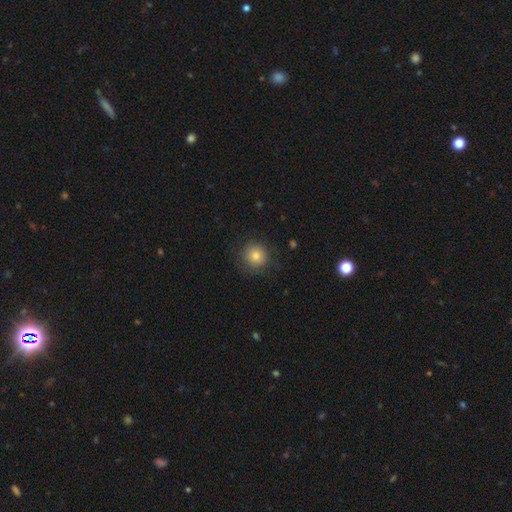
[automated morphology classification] The model was most divided on "smooth or featured": smooth: 80%, star or artifact: 12%, featured or disk: 8%. More confident: how rounded — round (94%); merging — none (84%).